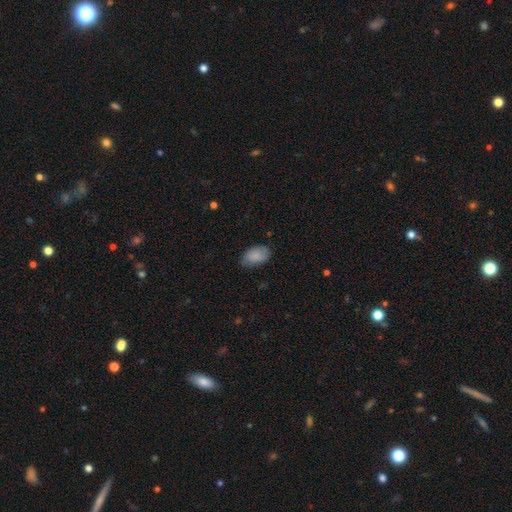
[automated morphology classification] This is clearly a smooth galaxy (87%). How rounded: clearly in between (93%). Merging: likely none (77%).